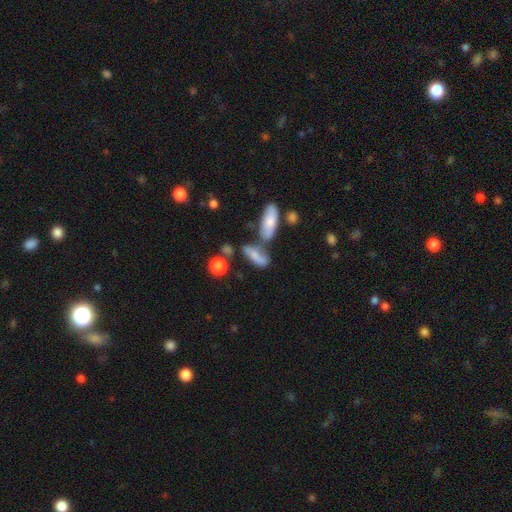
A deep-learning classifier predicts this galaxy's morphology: This appears to be a smooth galaxy with no disk features (65%) that is in between round and cigar-shaped (57%). Merging: merger (38%).